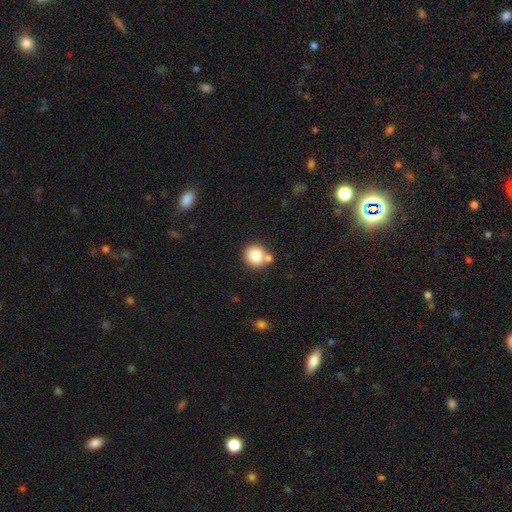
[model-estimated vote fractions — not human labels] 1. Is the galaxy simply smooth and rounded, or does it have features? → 82% smooth, 9% star or artifact, 8% featured or disk.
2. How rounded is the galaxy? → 88% round, 11% in between, 1% cigar-shaped.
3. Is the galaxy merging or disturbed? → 65% none, 22% merger, 10% minor disturbance, 3% major disturbance.